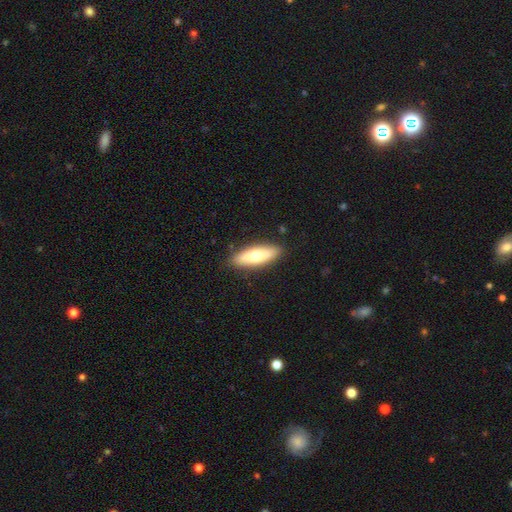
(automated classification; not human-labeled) Smooth or featured? smooth (64%)
How rounded? in between (63%)
Merging? none (87%)